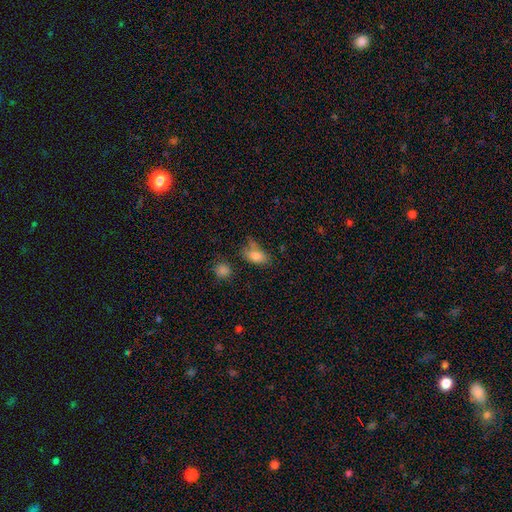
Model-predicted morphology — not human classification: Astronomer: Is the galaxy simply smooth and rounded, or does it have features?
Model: smooth — 82%.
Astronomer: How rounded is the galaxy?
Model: in between — 88%.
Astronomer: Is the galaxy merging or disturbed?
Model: none — 55%.